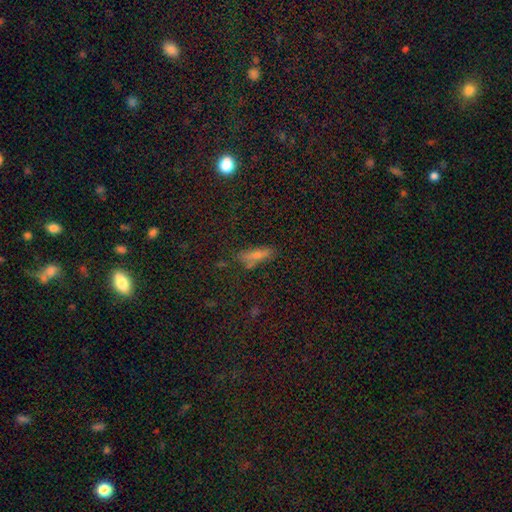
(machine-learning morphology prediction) Smooth or featured: smooth — 64% (star or artifact — 21%)
How rounded: in between — 50% (cigar-shaped — 43%)
Merging: none — 65% (minor disturbance — 19%)